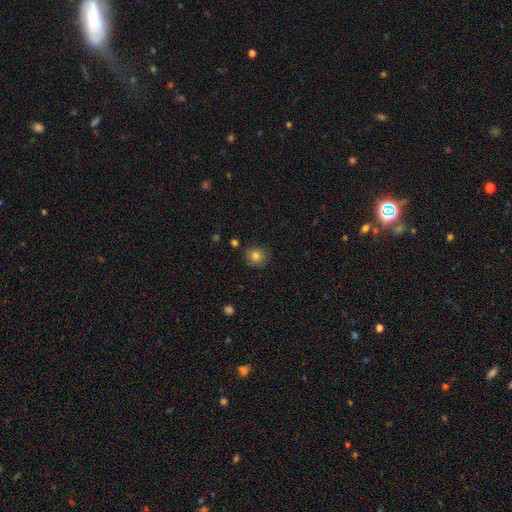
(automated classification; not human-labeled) smooth-or-featured: smooth: 82% | star or artifact: 11% | featured or disk: 7%
  how-rounded: round: 89% | in between: 10% | cigar-shaped: 1%
  merging: none: 85% | minor disturbance: 10% | merger: 2% | major disturbance: 2%